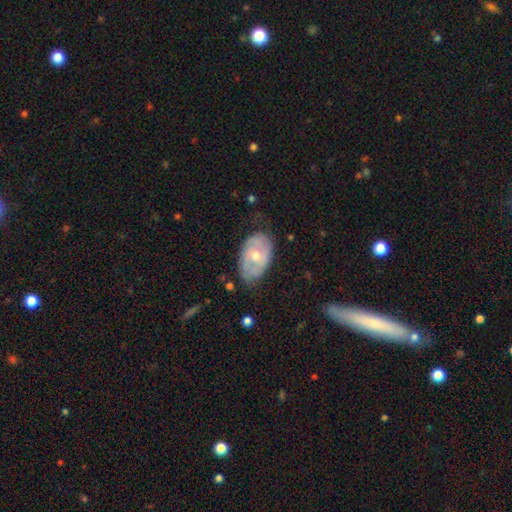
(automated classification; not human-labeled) smooth_or_featured: featured or disk (p=0.57) [alt: smooth p=0.36]
disk_edge_on: no (p=0.94) [alt: yes p=0.06]
bar: no (p=0.60) [alt: weak p=0.32]
has_spiral_arms: yes (p=0.61) [alt: no p=0.39]
bulge_size: moderate (p=0.59) [alt: small p=0.37]
merging: none (p=0.64) [alt: minor disturbance p=0.28]